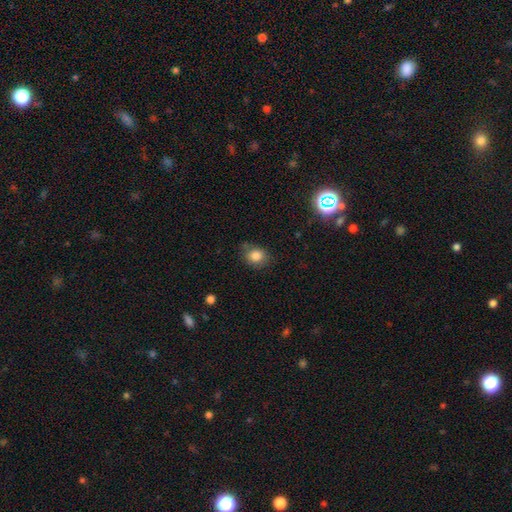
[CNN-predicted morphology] Smooth or featured? smooth (83%)
How rounded? round (59%)
Merging? none (72%)